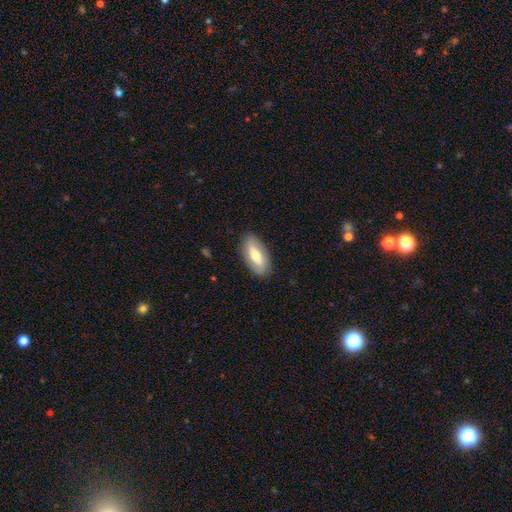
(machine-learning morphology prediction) A smooth galaxy with no disk features (58%) that is in between round and cigar-shaped (85%).

Vote fractions:
- Smooth or featured? smooth: 58% / featured or disk: 37% / star or artifact: 6%
- How rounded? in between: 85% / cigar-shaped: 12% / round: 3%
- Merging? none: 87% / minor disturbance: 10% / major disturbance: 2% / merger: 1%